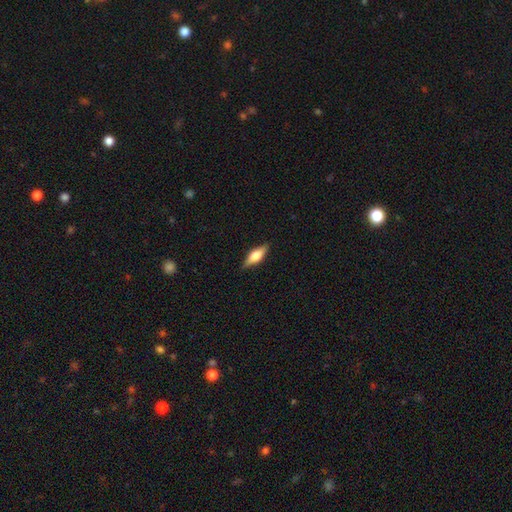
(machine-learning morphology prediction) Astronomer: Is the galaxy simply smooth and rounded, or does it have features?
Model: featured or disk — 50% (runner-up: smooth, 43%).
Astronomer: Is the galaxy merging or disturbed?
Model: none — 86%.